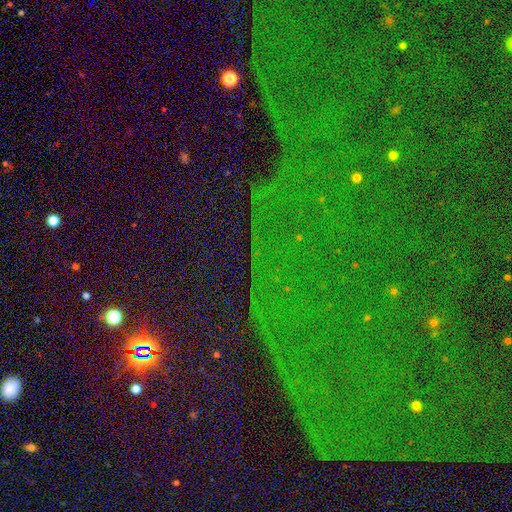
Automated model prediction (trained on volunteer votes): Q: Smooth or featured?
A: star or artifact (86%); runner-up: featured or disk (7%)